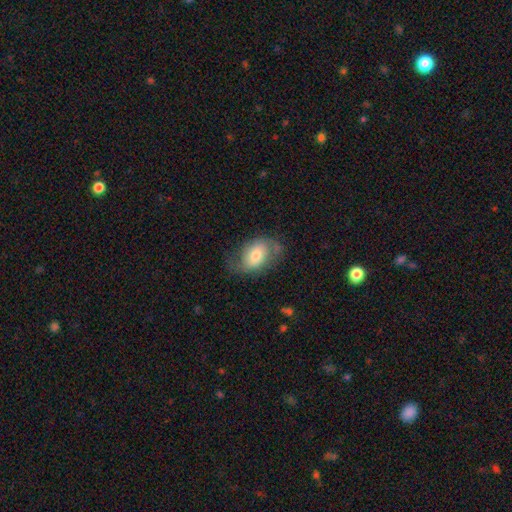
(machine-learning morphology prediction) A smooth galaxy with no disk features (54%) that is in between round and cigar-shaped (85%).

Vote fractions:
- Smooth or featured? smooth: 54% / featured or disk: 39% / star or artifact: 7%
- How rounded? in between: 85% / round: 13% / cigar-shaped: 2%
- Merging? none: 55% / minor disturbance: 27% / major disturbance: 15% / merger: 2%